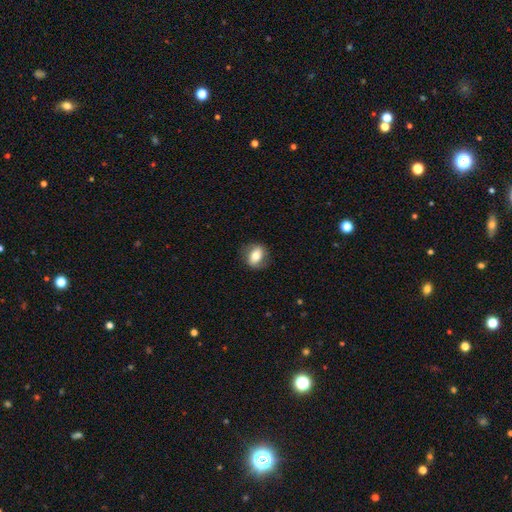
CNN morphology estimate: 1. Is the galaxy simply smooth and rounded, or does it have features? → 67% smooth, 25% featured or disk, 8% star or artifact.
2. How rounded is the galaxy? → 61% in between, 37% round, 2% cigar-shaped.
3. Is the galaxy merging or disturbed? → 80% none, 14% minor disturbance, 5% major disturbance, 1% merger.